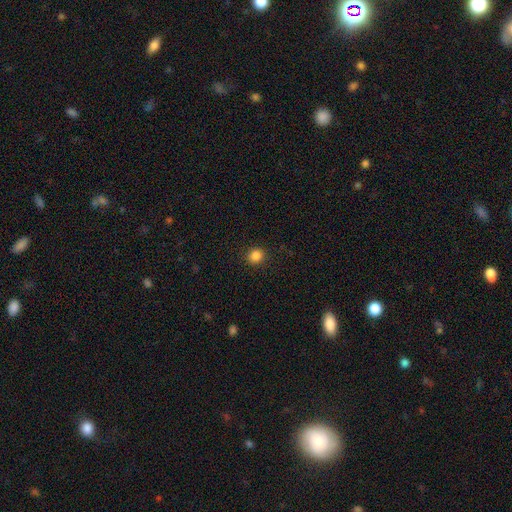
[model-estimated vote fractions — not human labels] smooth-or-featured: smooth: 85% | star or artifact: 12% | featured or disk: 3%
  how-rounded: round: 84% | in between: 15% | cigar-shaped: 1%
  merging: none: 90% | minor disturbance: 6% | major disturbance: 2% | merger: 1%